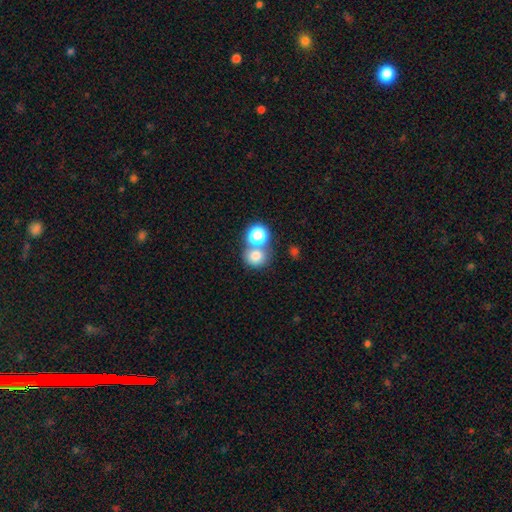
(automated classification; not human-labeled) Overall: smooth (76%). How rounded: round (81%). Merging: none (51%; merger 38%).